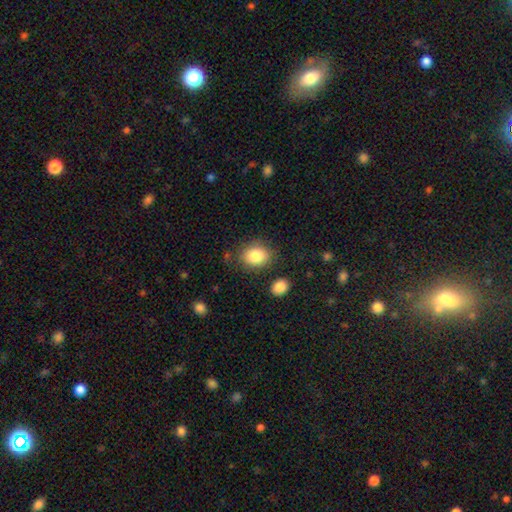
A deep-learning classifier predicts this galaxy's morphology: Smooth or featured? smooth (85%)
How rounded? in between (53%)
Merging? none (78%)